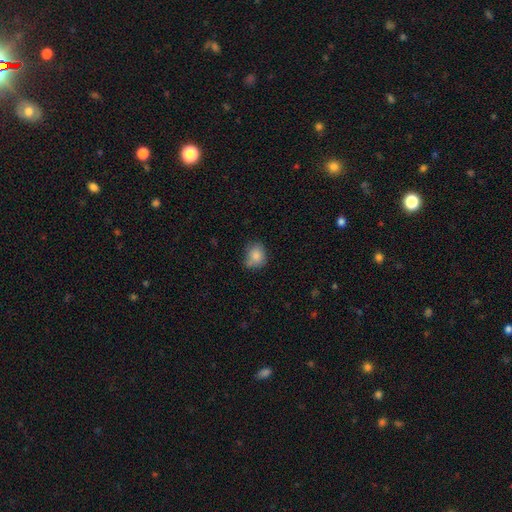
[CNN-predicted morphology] Smooth or featured?
  - smooth: 83% *
  - star or artifact: 9%
  - featured or disk: 8%
How rounded?
  - round: 60% *
  - in between: 39%
  - cigar-shaped: 1%
Merging?
  - none: 60% *
  - minor disturbance: 28%
  - merger: 6%
  - major disturbance: 6%